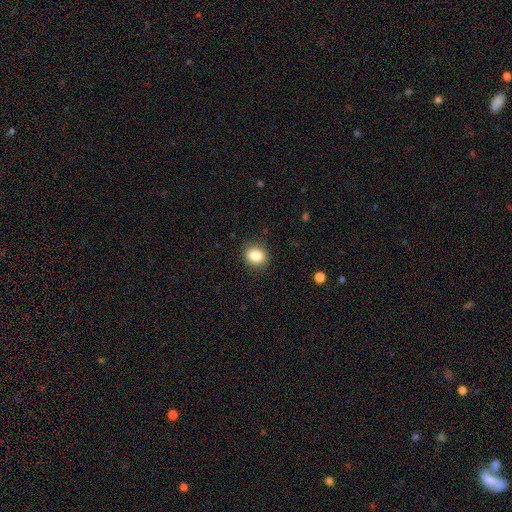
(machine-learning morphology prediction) Smooth or featured?
  - smooth: 84% *
  - star or artifact: 10%
  - featured or disk: 7%
How rounded?
  - round: 64% *
  - in between: 35%
  - cigar-shaped: 1%
Merging?
  - none: 88% *
  - minor disturbance: 9%
  - major disturbance: 2%
  - merger: 1%